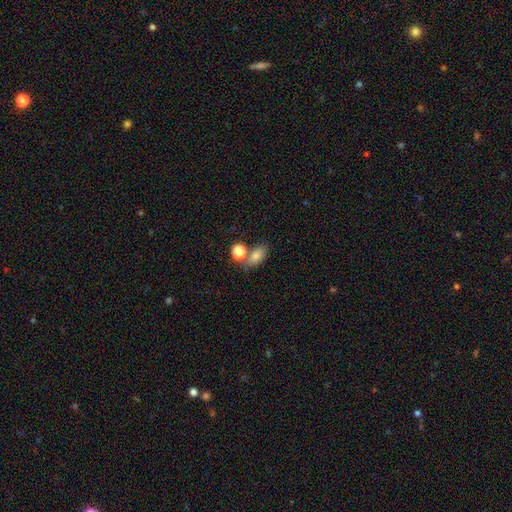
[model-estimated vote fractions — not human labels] Smooth or featured? smooth (78%)
How rounded? in between (80%)
Merging? none (53%)